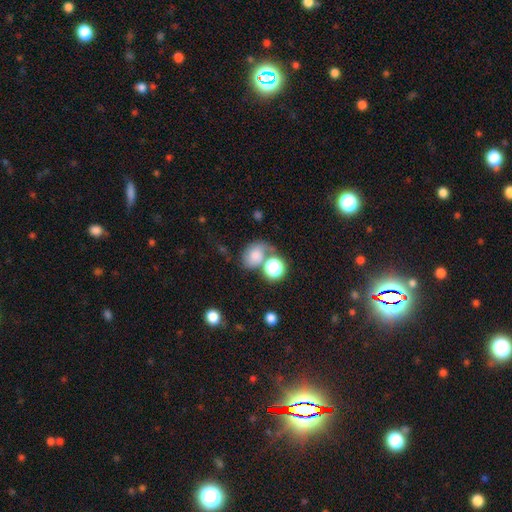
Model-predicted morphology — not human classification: Q: Smooth or featured?
A: smooth (62%); runner-up: featured or disk (24%)
Q: How rounded?
A: in between (52%); runner-up: round (47%)
Q: Merging?
A: none (35%); runner-up: merger (32%)